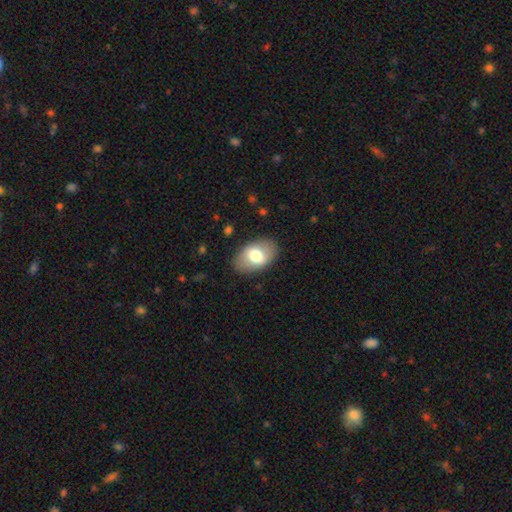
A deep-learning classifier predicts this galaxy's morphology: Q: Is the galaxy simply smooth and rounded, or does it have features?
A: smooth — 70%.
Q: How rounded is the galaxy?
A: in between — 90%.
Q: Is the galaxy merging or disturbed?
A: none — 85%.